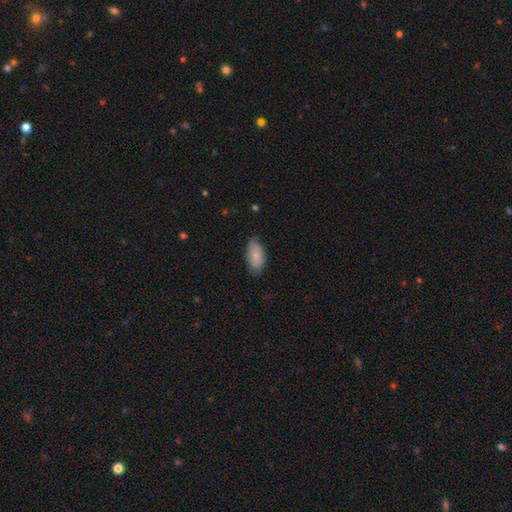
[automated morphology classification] Overall: smooth (80%). How rounded: in between (94%). Merging: none (72%).